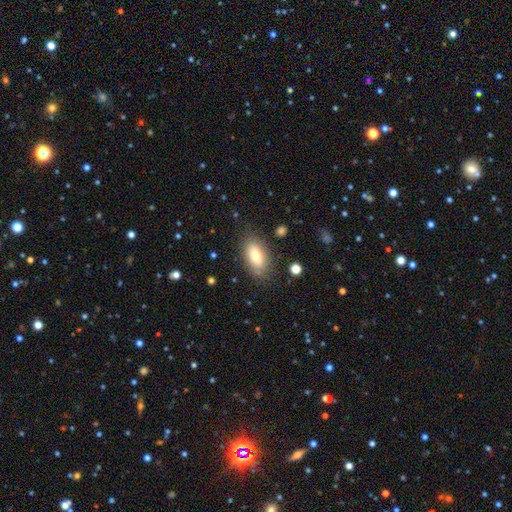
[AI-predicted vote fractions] A smooth galaxy with no disk features (75%) that is in between round and cigar-shaped (89%).

Vote fractions:
- Smooth or featured? smooth: 75% / featured or disk: 18% / star or artifact: 8%
- How rounded? in between: 89% / cigar-shaped: 7% / round: 4%
- Merging? none: 79% / minor disturbance: 14% / major disturbance: 5% / merger: 2%